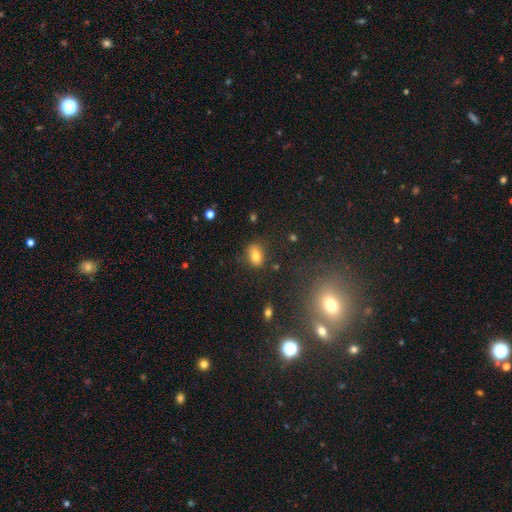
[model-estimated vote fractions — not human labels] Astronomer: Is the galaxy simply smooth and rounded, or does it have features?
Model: smooth — 78%.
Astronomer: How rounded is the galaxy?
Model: in between — 77%.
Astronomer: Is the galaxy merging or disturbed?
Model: none — 80%.